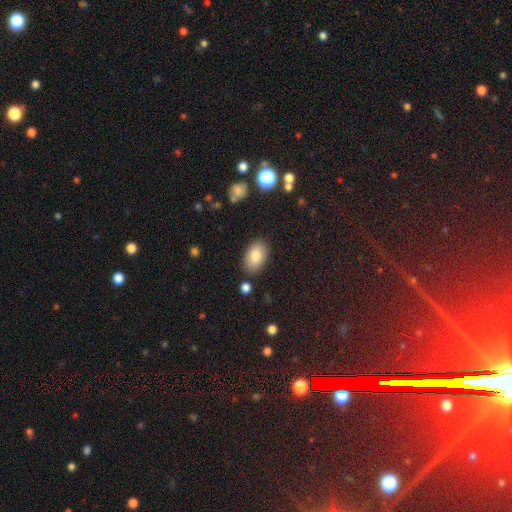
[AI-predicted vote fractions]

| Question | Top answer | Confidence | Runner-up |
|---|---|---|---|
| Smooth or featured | smooth | 82% | featured or disk (10%) |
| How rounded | in between | 91% | round (8%) |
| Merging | none | 83% | minor disturbance (11%) |